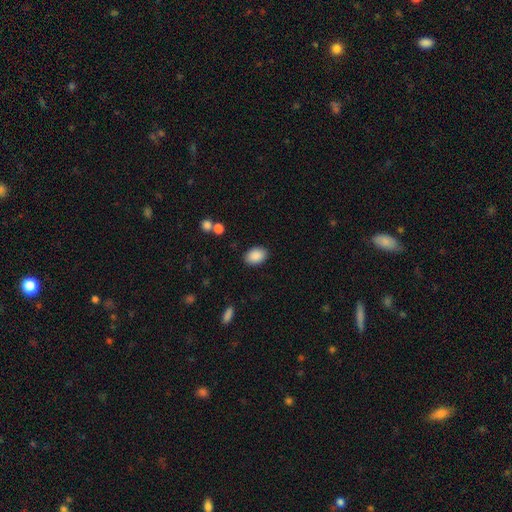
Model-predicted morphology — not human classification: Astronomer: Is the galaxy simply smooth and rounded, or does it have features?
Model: smooth — 89%.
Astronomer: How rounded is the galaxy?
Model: in between — 82%.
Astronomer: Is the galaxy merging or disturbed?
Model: none — 87%.